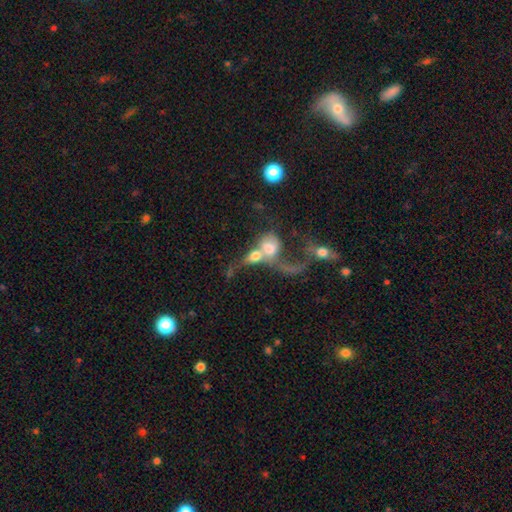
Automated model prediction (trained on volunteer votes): Smooth or featured: smooth — 53% (featured or disk — 36%)
How rounded: in between — 59% (round — 36%)
Merging: merger — 77% (major disturbance — 12%)